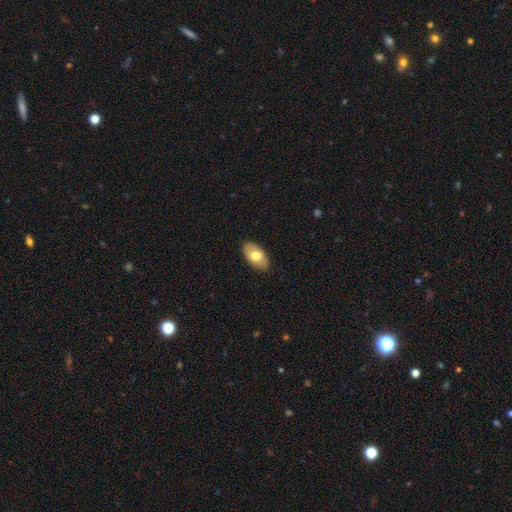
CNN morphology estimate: Smooth or featured? smooth (72%)
How rounded? in between (94%)
Merging? none (88%)